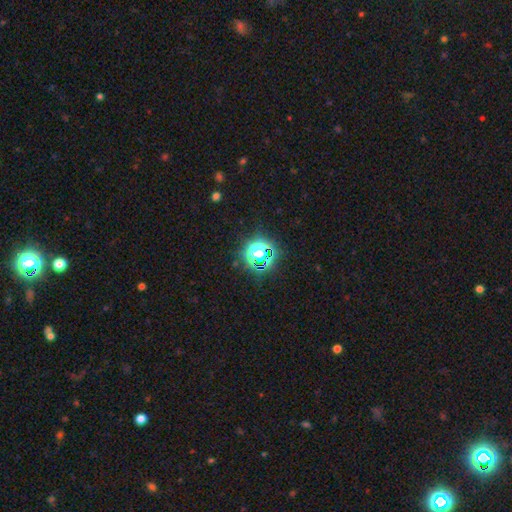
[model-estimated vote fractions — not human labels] star or artifact 65%, smooth 25%, featured or disk 9%.